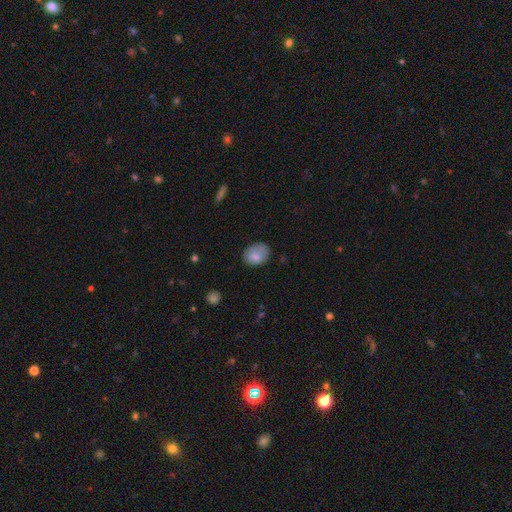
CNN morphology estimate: smooth-or-featured: smooth: 78% | featured or disk: 14% | star or artifact: 8%
  how-rounded: in between: 63% | round: 36% | cigar-shaped: 1%
  merging: none: 63% | minor disturbance: 27% | major disturbance: 9% | merger: 2%